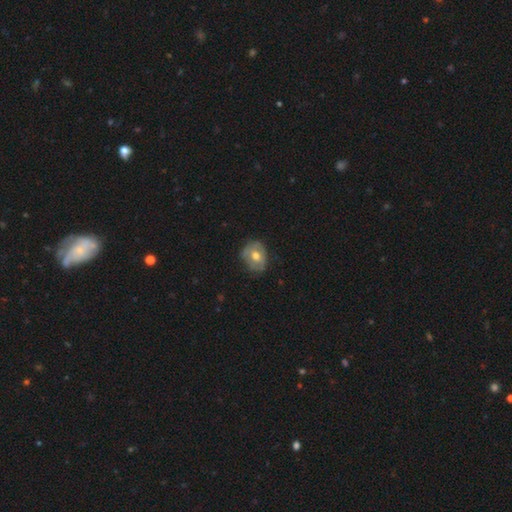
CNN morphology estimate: This appears to be a smooth galaxy with no disk features (49%). Merging: none (64%).